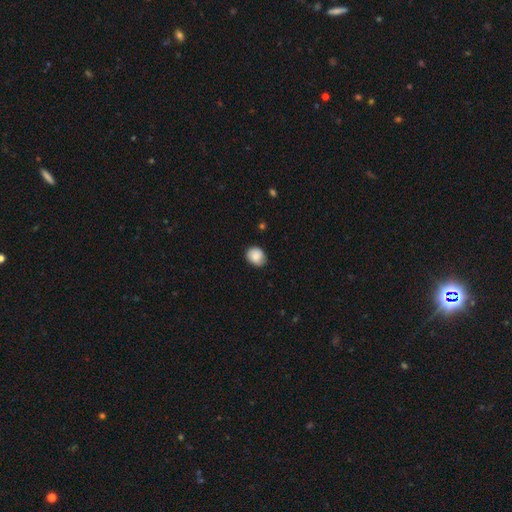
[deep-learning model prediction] This appears to be a smooth galaxy with no disk features (87%) that is round (58%). Merging: none (80%).